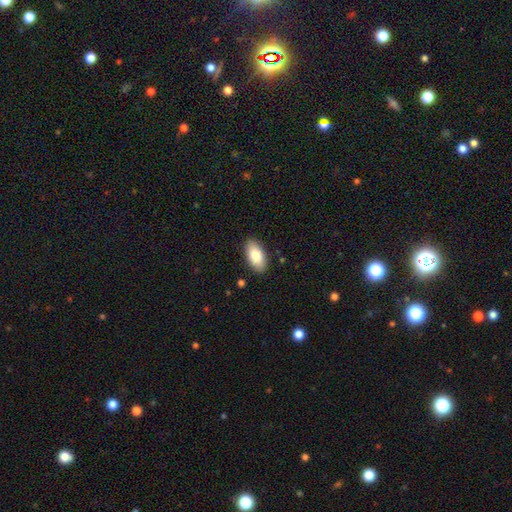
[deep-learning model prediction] Smooth or featured?
  - smooth: 83% *
  - featured or disk: 11%
  - star or artifact: 6%
How rounded?
  - in between: 94% *
  - cigar-shaped: 4%
  - round: 3%
Merging?
  - none: 88% *
  - minor disturbance: 9%
  - major disturbance: 2%
  - merger: 1%